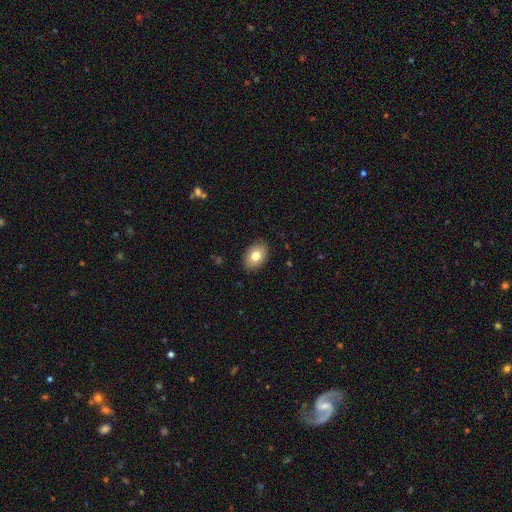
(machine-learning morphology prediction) Overall: smooth (78%). How rounded: in between (83%). Merging: none (88%).